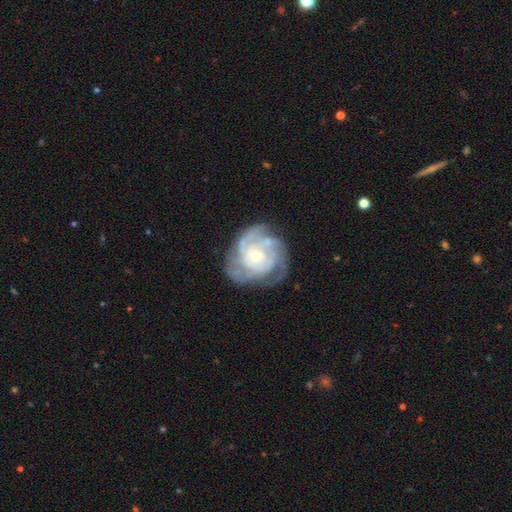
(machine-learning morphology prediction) Overall: featured or disk (84%). Edge-on disk: no (98%). Bar: no (79%). Spiral arms: yes (92%). Spiral arm count: can't tell (35%; 3 23%). Spiral winding: tight (70%). Bulge size: small (57%; moderate 38%). Merging: none (65%).